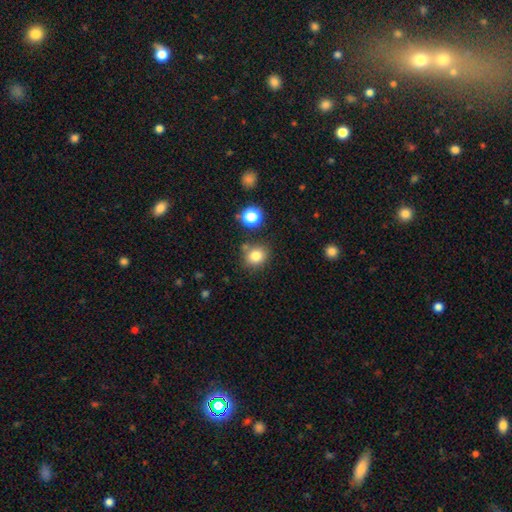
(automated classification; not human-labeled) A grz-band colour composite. It shows a smooth galaxy with no disk features (80%) that is round (77%). Merging: none (77%).